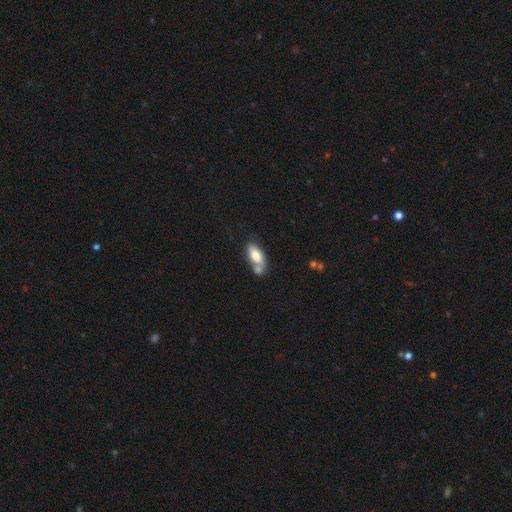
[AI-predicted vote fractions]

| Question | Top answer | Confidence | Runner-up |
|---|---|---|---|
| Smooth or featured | smooth | 71% | featured or disk (22%) |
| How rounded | in between | 87% | cigar-shaped (10%) |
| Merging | none | 40% | merger (38%) |